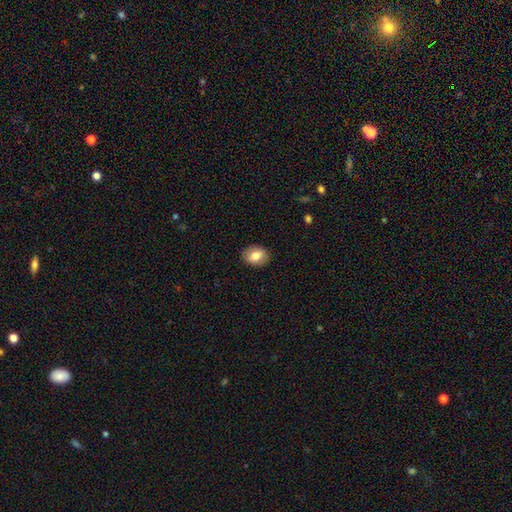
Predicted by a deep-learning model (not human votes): Smooth or featured?
  - smooth: 78% *
  - featured or disk: 14%
  - star or artifact: 8%
How rounded?
  - in between: 61% *
  - round: 38%
  - cigar-shaped: 1%
Merging?
  - none: 89% *
  - minor disturbance: 8%
  - major disturbance: 2%
  - merger: 1%